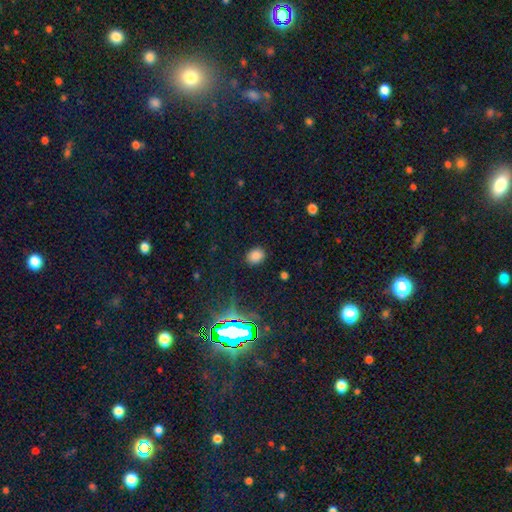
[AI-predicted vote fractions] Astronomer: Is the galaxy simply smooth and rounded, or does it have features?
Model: smooth — 79%.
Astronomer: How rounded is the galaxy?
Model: round — 54% (runner-up: in between, 45%).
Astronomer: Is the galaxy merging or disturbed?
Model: none — 87%.